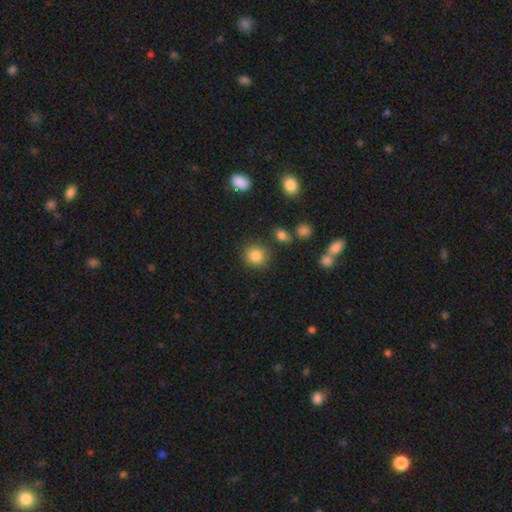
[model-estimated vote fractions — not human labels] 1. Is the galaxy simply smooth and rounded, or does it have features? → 85% smooth, 10% star or artifact, 5% featured or disk.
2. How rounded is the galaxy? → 88% round, 11% in between, 1% cigar-shaped.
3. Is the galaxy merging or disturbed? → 86% none, 8% minor disturbance, 3% merger, 3% major disturbance.